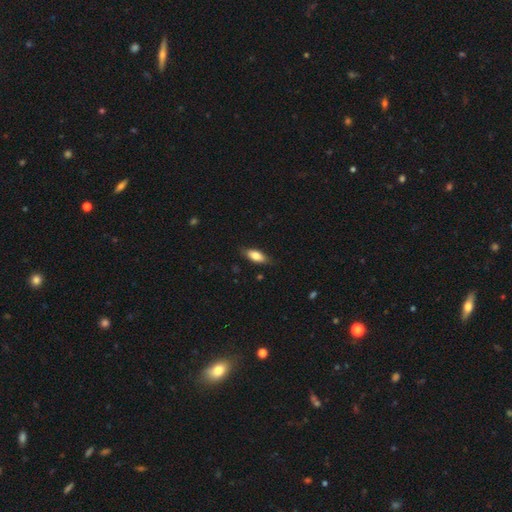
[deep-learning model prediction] Smooth or featured? smooth (78%)
How rounded? in between (82%)
Merging? none (81%)